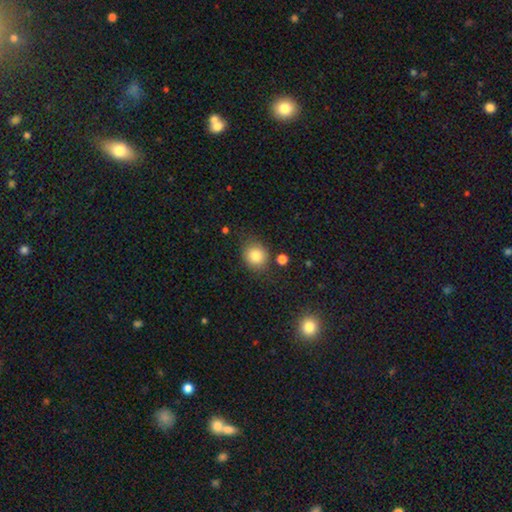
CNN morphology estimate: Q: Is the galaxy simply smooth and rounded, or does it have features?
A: smooth — 82%.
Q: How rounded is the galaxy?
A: round — 78%.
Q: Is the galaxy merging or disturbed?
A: none — 79%.